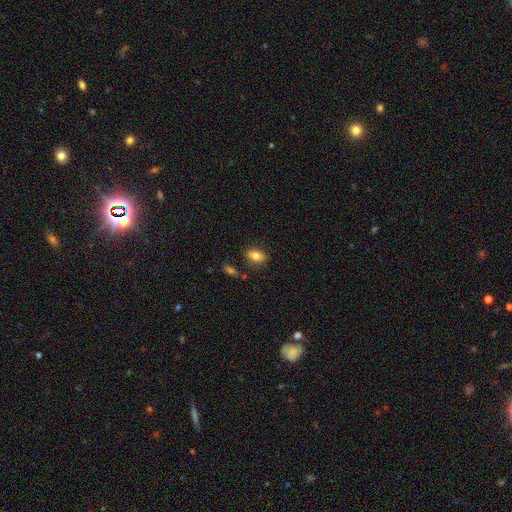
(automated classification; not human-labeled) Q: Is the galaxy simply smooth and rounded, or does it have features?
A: smooth — 80%.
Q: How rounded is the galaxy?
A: in between — 82%.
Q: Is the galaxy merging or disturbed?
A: none — 79%.